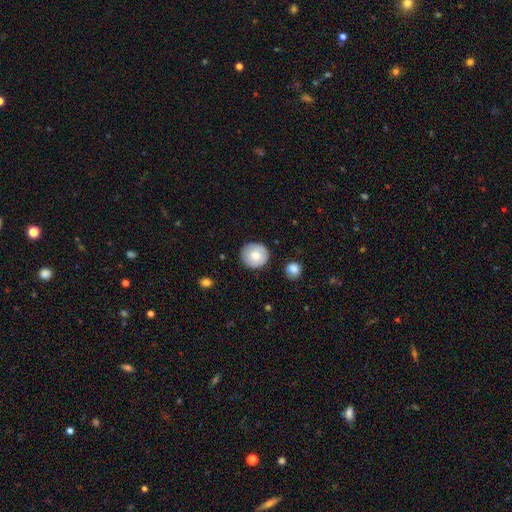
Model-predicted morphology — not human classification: type=smooth (73%); roundness=round (91%); merging=none (85%).